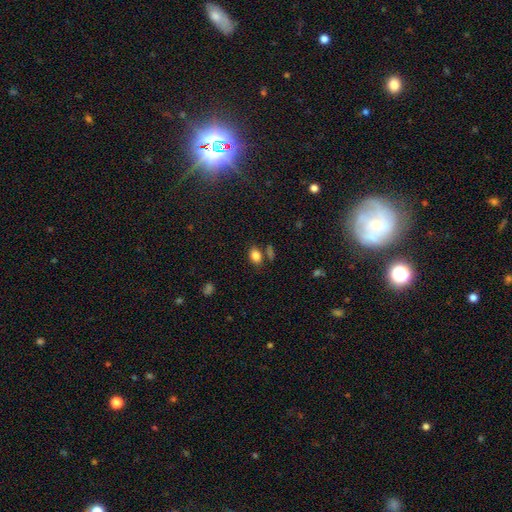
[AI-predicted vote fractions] Overall: smooth (84%). How rounded: in between (81%). Merging: none (73%).